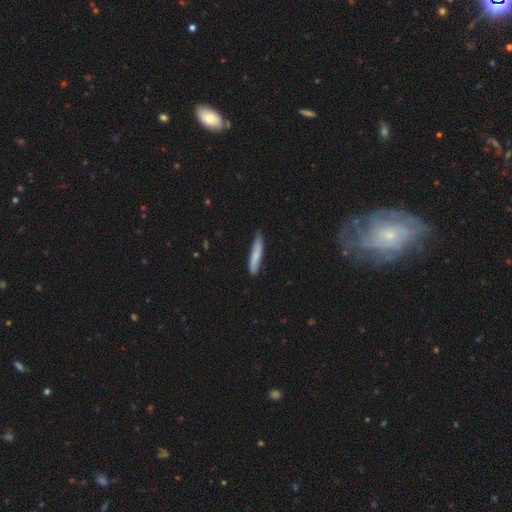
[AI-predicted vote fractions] Smooth or featured: smooth — 75% (featured or disk — 19%)
How rounded: cigar-shaped — 90% (in between — 8%)
Merging: none — 78% (minor disturbance — 18%)